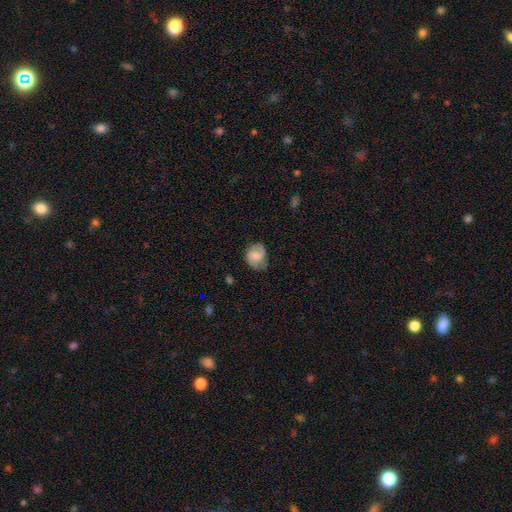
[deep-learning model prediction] Smooth or featured? featured or disk (47%)
Merging? none (65%)